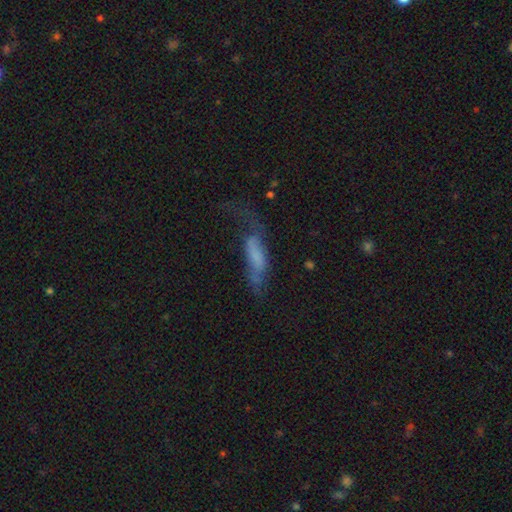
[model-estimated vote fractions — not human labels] Q: Smooth or featured?
A: smooth (50%); runner-up: featured or disk (39%)
Q: Merging?
A: major disturbance (48%); runner-up: none (25%)